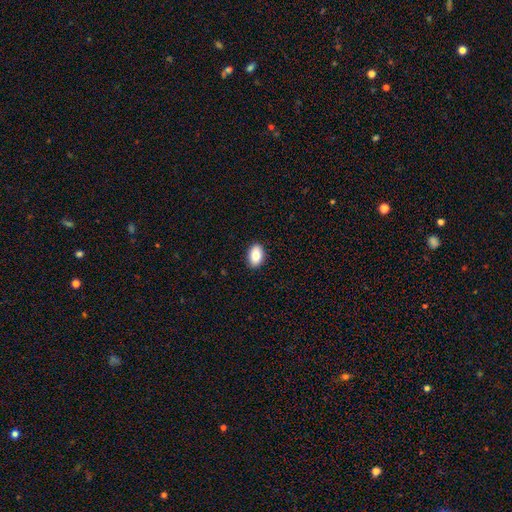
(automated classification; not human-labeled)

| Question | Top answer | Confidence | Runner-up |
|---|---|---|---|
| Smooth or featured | smooth | 84% | featured or disk (9%) |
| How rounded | in between | 89% | round (10%) |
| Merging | none | 90% | minor disturbance (7%) |